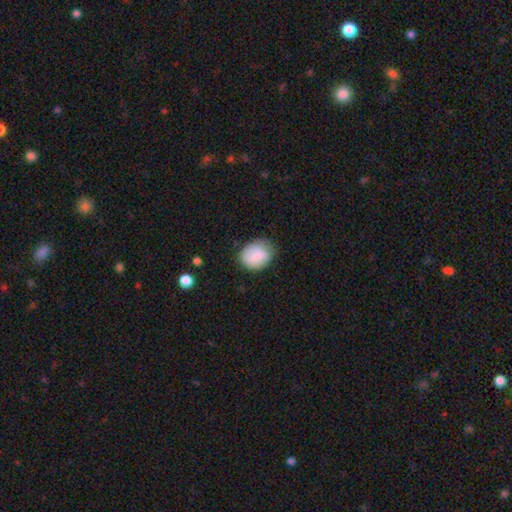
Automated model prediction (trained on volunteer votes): Morphology: type=smooth (77%); roundness=round (56%); merging=none (62%).